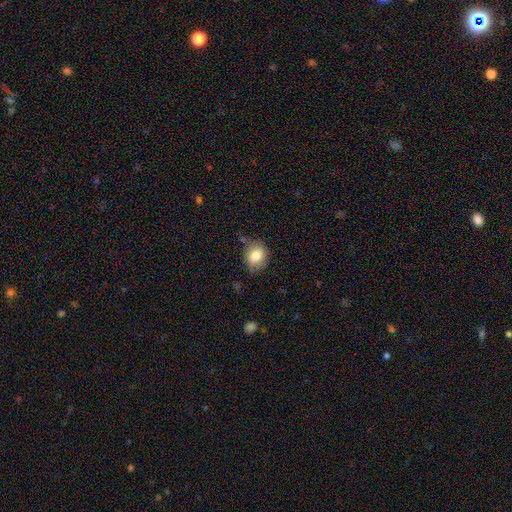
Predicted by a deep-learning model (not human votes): A smooth galaxy with no disk features (80%) that is round (62%). Merging: none (75%).